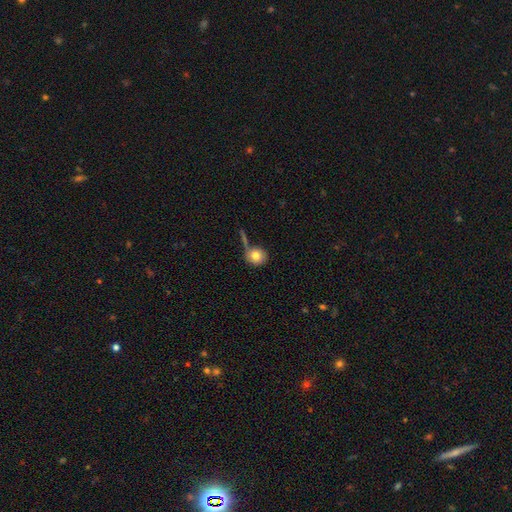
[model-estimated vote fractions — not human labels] This appears to be a smooth galaxy with no disk features (79%) that is round (85%). Merging: none (56%).